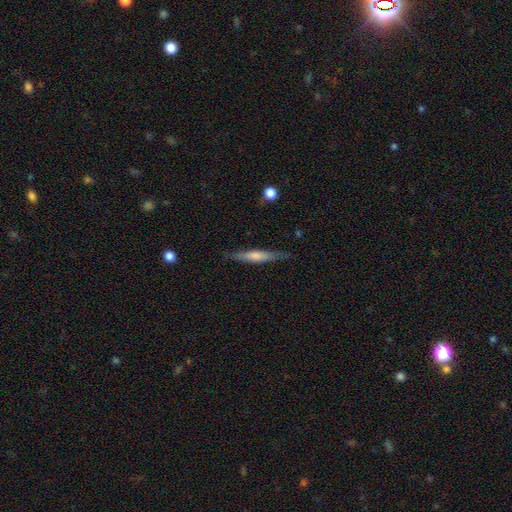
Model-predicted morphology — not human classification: Smooth or featured? featured or disk (61%)
Edge-on disk? yes (96%)
Edge-on bulge? rounded (56%)
Merging? none (86%)